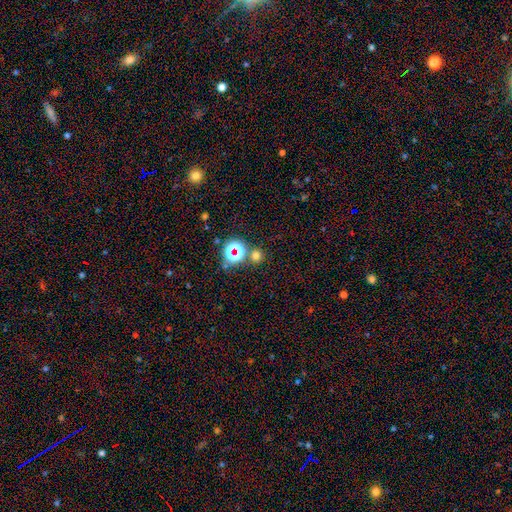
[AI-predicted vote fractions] Q: Smooth or featured?
A: smooth (63%); runner-up: star or artifact (31%)
Q: How rounded?
A: round (91%); runner-up: in between (8%)
Q: Merging?
A: none (77%); runner-up: merger (12%)